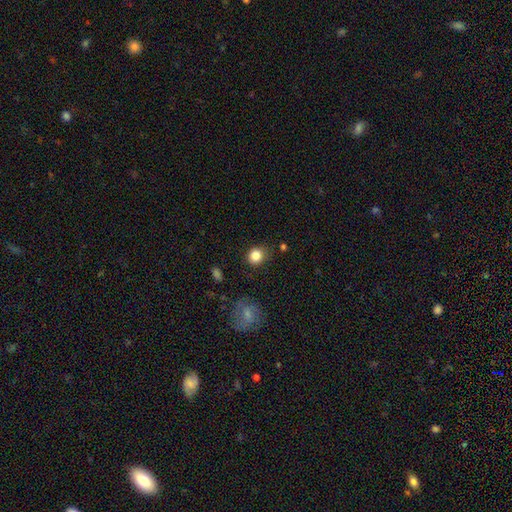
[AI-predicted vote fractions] Smooth or featured? smooth (84%)
How rounded? round (80%)
Merging? none (82%)